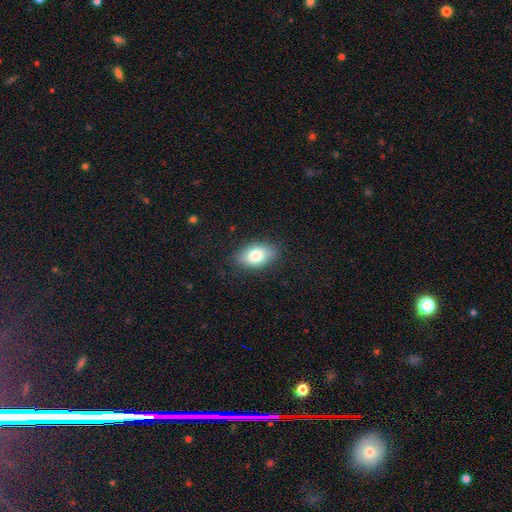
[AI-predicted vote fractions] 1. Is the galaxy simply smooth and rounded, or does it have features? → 81% smooth, 12% featured or disk, 7% star or artifact.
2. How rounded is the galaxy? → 91% in between, 8% round, 2% cigar-shaped.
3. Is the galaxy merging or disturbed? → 84% none, 12% minor disturbance, 3% major disturbance, 1% merger.